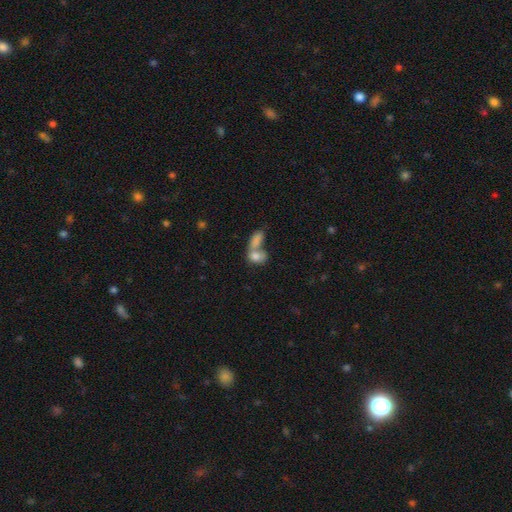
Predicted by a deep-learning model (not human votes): Overall: smooth (79%). How rounded: in between (75%). Merging: merger (68%).